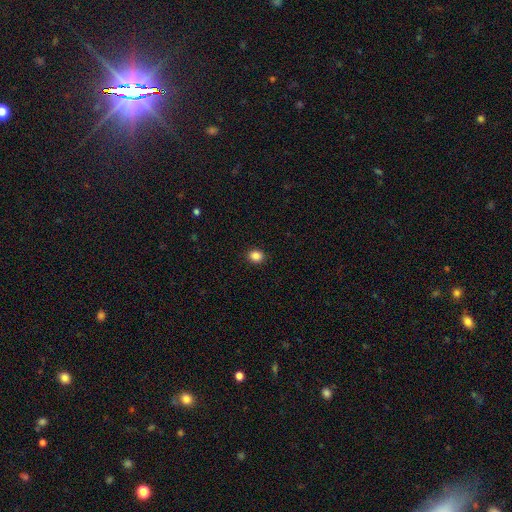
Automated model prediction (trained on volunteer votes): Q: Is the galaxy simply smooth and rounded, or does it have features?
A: smooth — 87%.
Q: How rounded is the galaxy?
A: round — 68%.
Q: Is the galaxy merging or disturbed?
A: none — 92%.